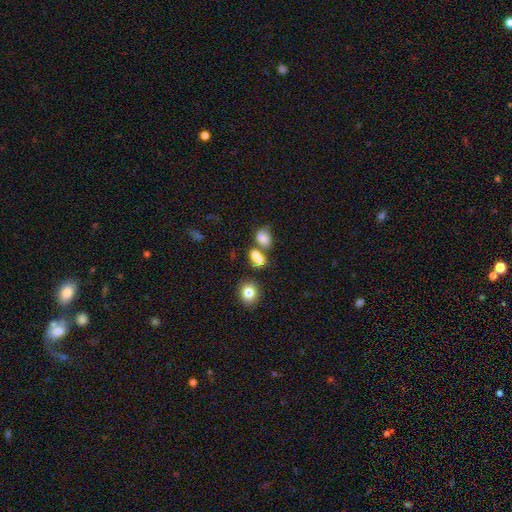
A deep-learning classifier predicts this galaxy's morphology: Smooth or featured? Predicted: smooth (p=0.72). How rounded? Predicted: in between (p=0.65). Merging? Predicted: merger (p=0.51).